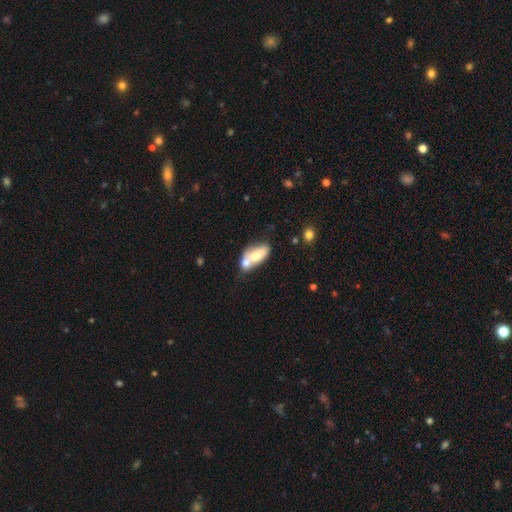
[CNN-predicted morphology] A smooth galaxy with no disk features (61%) that is in between round and cigar-shaped (86%).

Vote fractions:
- Smooth or featured? smooth: 61% / featured or disk: 32% / star or artifact: 7%
- How rounded? in between: 86% / round: 7% / cigar-shaped: 7%
- Merging? merger: 59% / none: 24% / minor disturbance: 11% / major disturbance: 6%